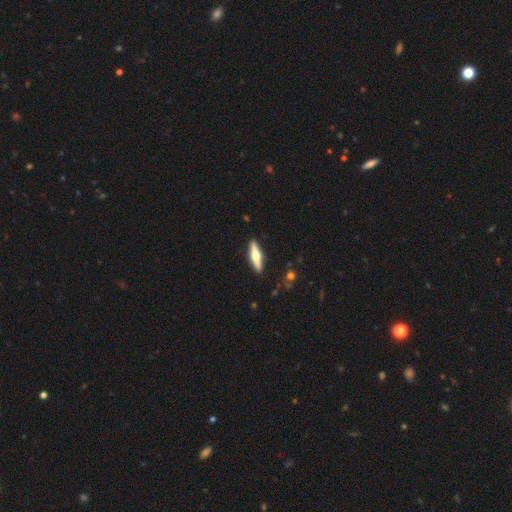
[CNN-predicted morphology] This is likely a featured or disk galaxy (60%). It is clearly viewed edge-on (96%). Edge-on bulge: clearly rounded (94%). Merging: clearly none (90%).